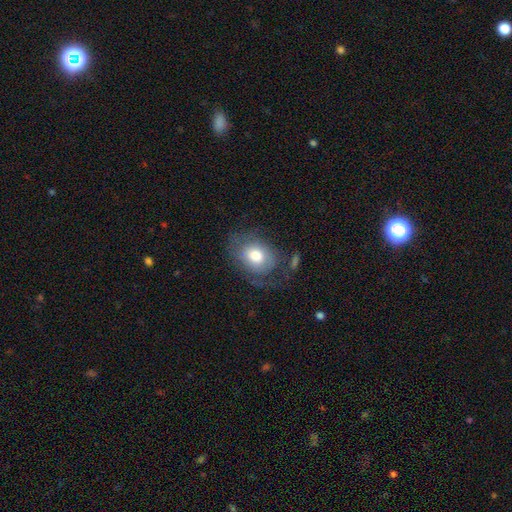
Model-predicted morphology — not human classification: A smooth galaxy with no disk features (62%) that is in between round and cigar-shaped (63%). Merging: none (51%).